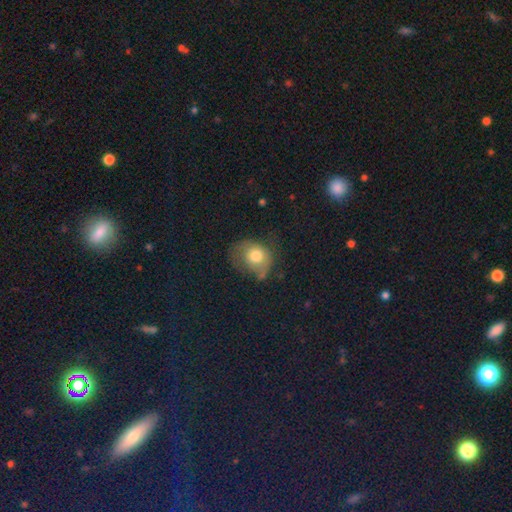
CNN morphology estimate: This is likely a smooth galaxy (70%). How rounded: possibly round (55%). Merging: marginally none (39%).